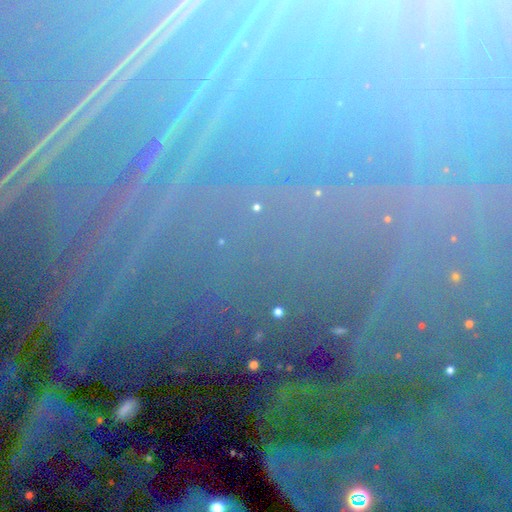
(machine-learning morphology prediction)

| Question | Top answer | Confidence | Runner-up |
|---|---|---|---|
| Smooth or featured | star or artifact | 83% | featured or disk (9%) |